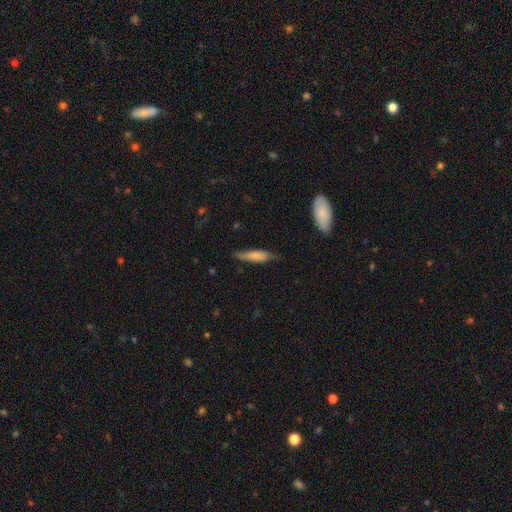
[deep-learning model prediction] Morphology: type=smooth (67%); roundness=cigar-shaped (74%); merging=none (64%).